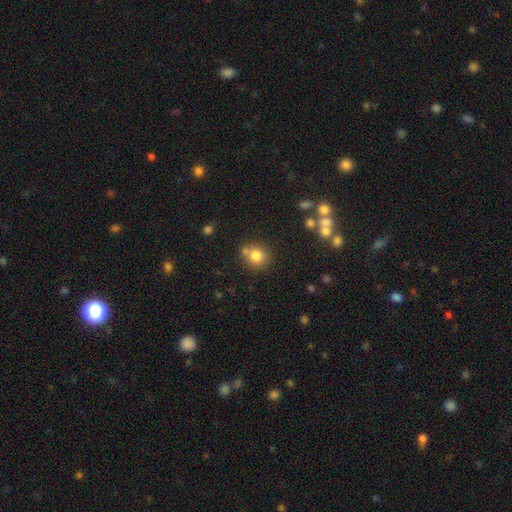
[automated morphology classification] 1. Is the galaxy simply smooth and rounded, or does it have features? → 79% smooth, 12% star or artifact, 9% featured or disk.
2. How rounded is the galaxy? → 78% round, 21% in between, 1% cigar-shaped.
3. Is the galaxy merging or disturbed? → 65% none, 17% merger, 14% minor disturbance, 5% major disturbance.